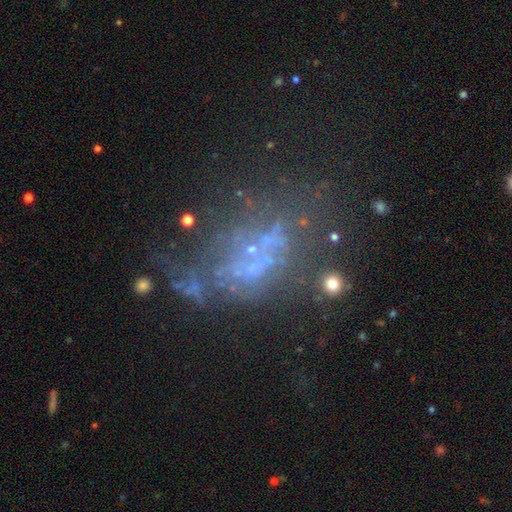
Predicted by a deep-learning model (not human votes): Smooth or featured? featured or disk (55%)
Edge-on disk? no (95%)
Bar? no (90%)
Spiral arms? no (93%)
Bulge size? none (74%)
Merging? none (38%)